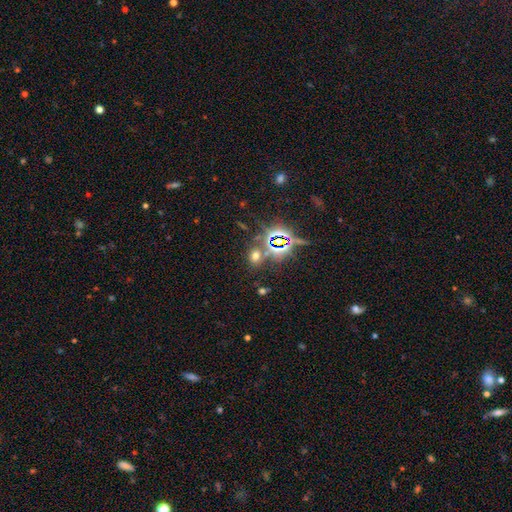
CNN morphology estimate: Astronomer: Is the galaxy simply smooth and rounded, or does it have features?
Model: smooth — 48% (runner-up: star or artifact, 44%).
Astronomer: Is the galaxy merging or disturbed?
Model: none — 74%.